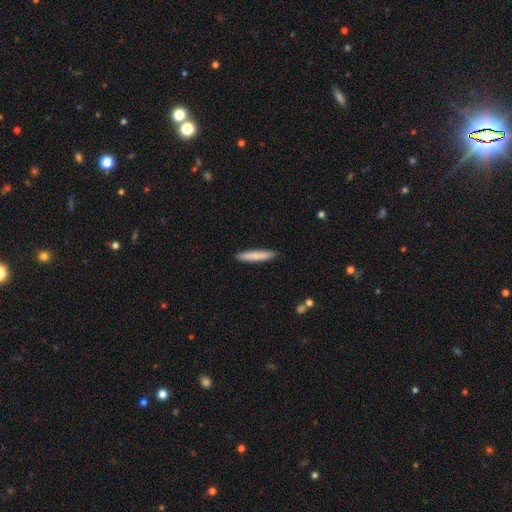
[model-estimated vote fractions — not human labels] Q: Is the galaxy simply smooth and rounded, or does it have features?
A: smooth — 81%.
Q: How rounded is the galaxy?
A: cigar-shaped — 90%.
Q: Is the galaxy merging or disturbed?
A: none — 90%.